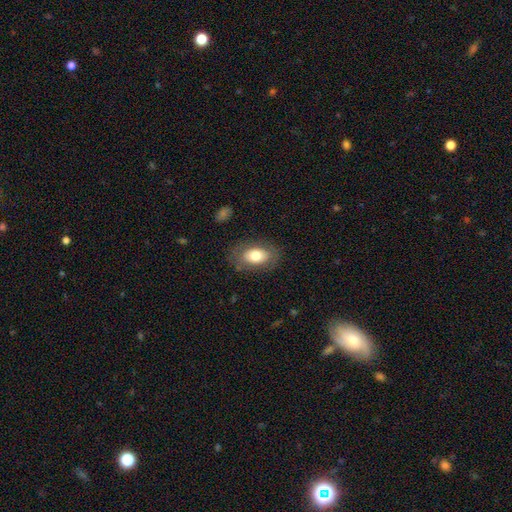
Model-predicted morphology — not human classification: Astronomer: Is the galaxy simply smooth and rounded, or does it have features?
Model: smooth — 74%.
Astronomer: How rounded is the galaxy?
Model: in between — 88%.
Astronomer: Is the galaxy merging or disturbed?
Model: none — 80%.